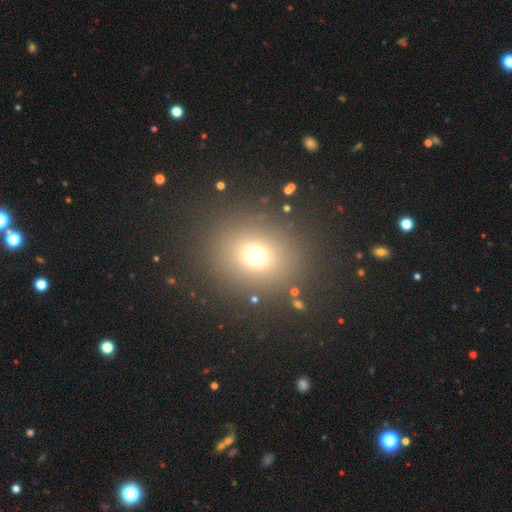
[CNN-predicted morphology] The model was most divided on "smooth or featured": smooth: 68%, star or artifact: 23%, featured or disk: 9%. More confident: merging — none (84%); how rounded — round (76%).